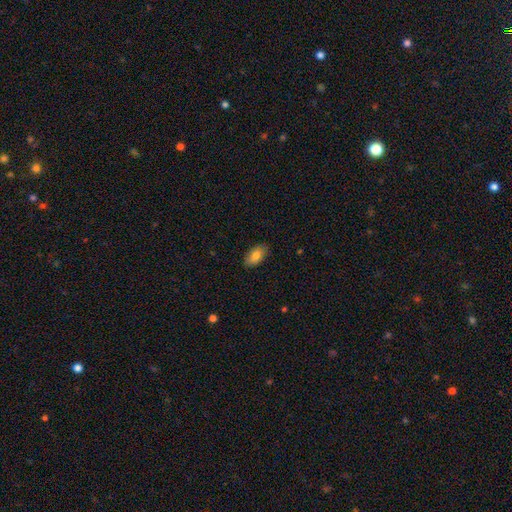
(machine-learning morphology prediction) Smooth or featured: smooth — 80% (featured or disk — 13%)
How rounded: in between — 92% (cigar-shaped — 4%)
Merging: none — 86% (minor disturbance — 11%)